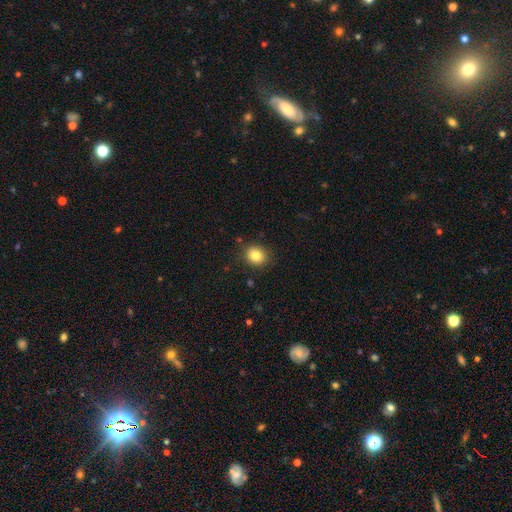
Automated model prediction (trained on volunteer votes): Smooth or featured?
  - smooth: 82% *
  - star or artifact: 11%
  - featured or disk: 7%
How rounded?
  - round: 73% *
  - in between: 26%
  - cigar-shaped: 1%
Merging?
  - none: 86% *
  - minor disturbance: 10%
  - major disturbance: 2%
  - merger: 1%